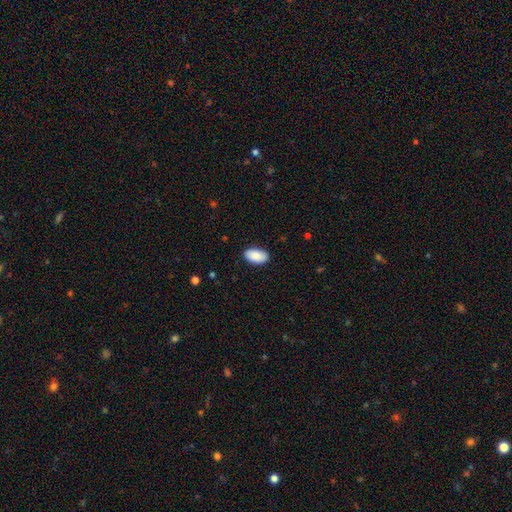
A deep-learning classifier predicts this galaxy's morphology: Smooth or featured: smooth — 89% (star or artifact — 6%)
How rounded: in between — 95% (round — 3%)
Merging: none — 87% (minor disturbance — 10%)